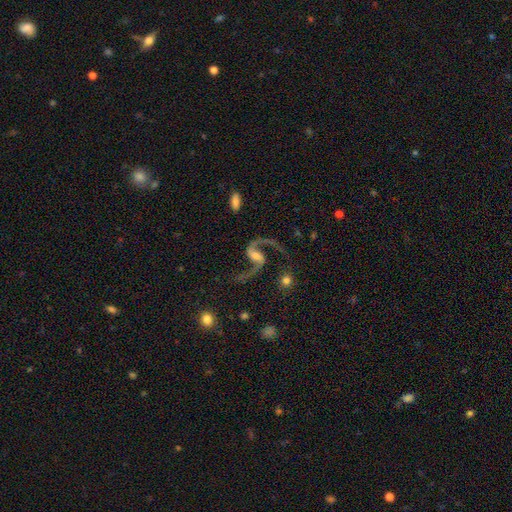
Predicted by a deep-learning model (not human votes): Q: Smooth or featured?
A: featured or disk (92%); runner-up: star or artifact (5%)
Q: Edge-on disk?
A: no (98%); runner-up: yes (2%)
Q: Bar?
A: weak (46%); runner-up: no (28%)
Q: Spiral arms?
A: yes (98%); runner-up: no (2%)
Q: Spiral winding?
A: loose (77%); runner-up: medium (20%)
Q: Spiral arm count?
A: 2 (94%); runner-up: 1 (2%)
Q: Bulge size?
A: moderate (44%); runner-up: small (32%)
Q: Merging?
A: none (76%); runner-up: minor disturbance (12%)